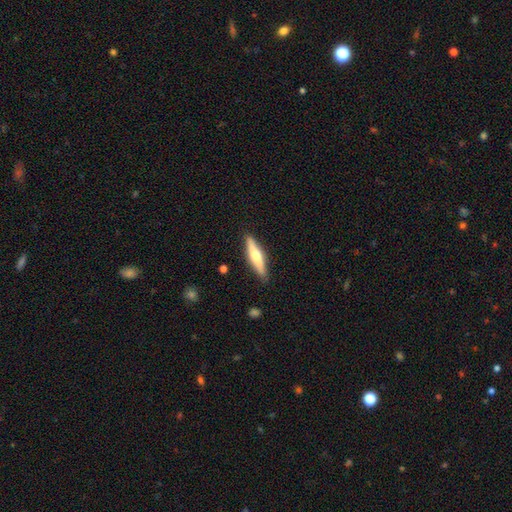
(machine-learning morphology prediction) Overall: featured or disk (53%; smooth 42%). Edge-on disk: yes (92%). Merging: none (87%).